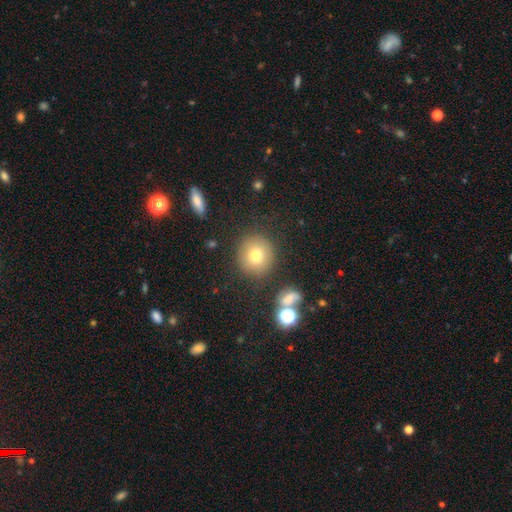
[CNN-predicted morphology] type=smooth (74%); roundness=round (91%); merging=none (83%).